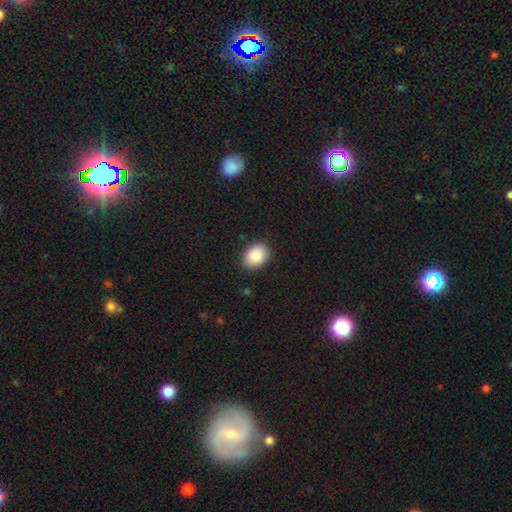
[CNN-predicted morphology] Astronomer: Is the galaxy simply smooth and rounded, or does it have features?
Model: smooth — 88%.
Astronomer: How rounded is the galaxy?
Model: in between — 73%.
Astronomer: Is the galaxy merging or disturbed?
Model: none — 87%.